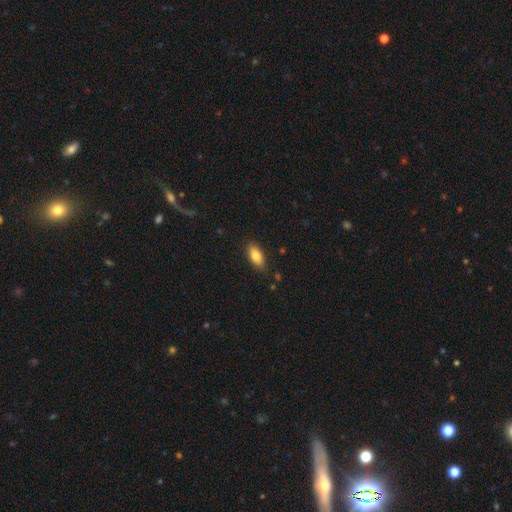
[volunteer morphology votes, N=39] Smooth or featured: smooth — 74% (featured or disk — 23%)
How rounded: in between — 86% (cigar-shaped — 10%)
Merging: none — 82% (minor disturbance — 16%)